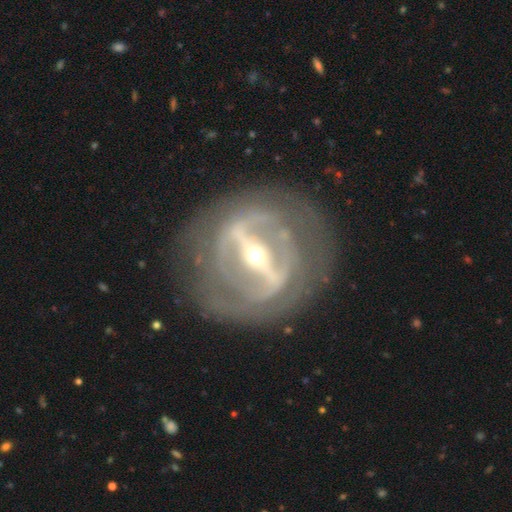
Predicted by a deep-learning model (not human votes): smooth-or-featured: featured or disk: 87% | smooth: 7% | star or artifact: 6%
  disk-edge-on: no: 88% | yes: 12%
    bar: strong: 83% | weak: 11% | no: 5%
    has-spiral-arms: yes: 62% | no: 38%
    bulge-size: small: 52% | moderate: 43% | large: 3% | dominant: 1% | none: 1%
  merging: none: 71% | minor disturbance: 15% | major disturbance: 12% | merger: 2%